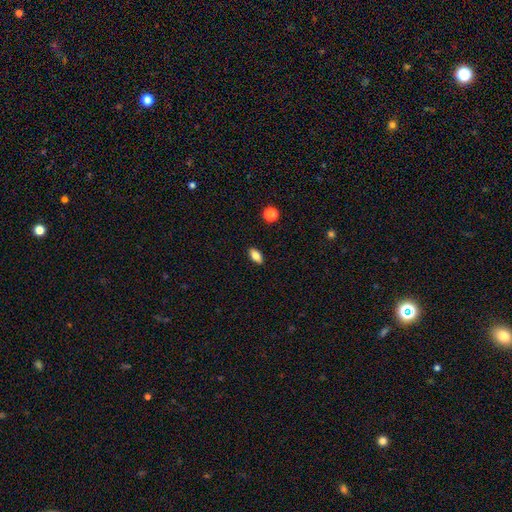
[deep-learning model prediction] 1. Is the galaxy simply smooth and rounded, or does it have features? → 82% smooth, 9% featured or disk, 9% star or artifact.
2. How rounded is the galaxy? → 88% in between, 7% cigar-shaped, 5% round.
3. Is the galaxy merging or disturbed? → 89% none, 8% minor disturbance, 2% major disturbance, 1% merger.